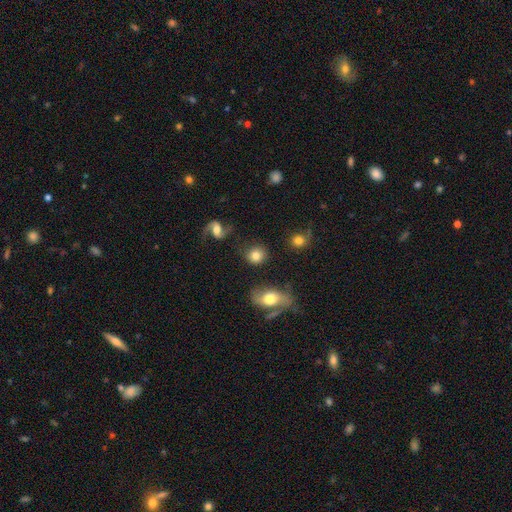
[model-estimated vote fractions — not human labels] smooth-or-featured: smooth: 76% | featured or disk: 15% | star or artifact: 9%
  how-rounded: round: 80% | in between: 18% | cigar-shaped: 1%
  merging: none: 76% | minor disturbance: 12% | merger: 7% | major disturbance: 6%